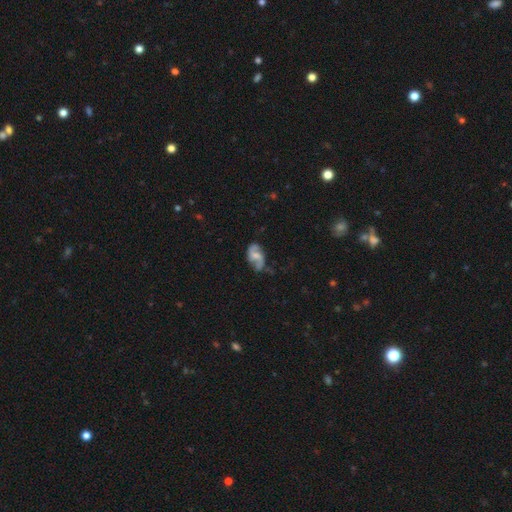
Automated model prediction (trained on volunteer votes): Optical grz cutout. It shows a featured or disk galaxy (76%) with a weak bar (46%), 2 (88%) loose (53%) spiral arms (92%) and a small central bulge (38%). Merging: none (61%).